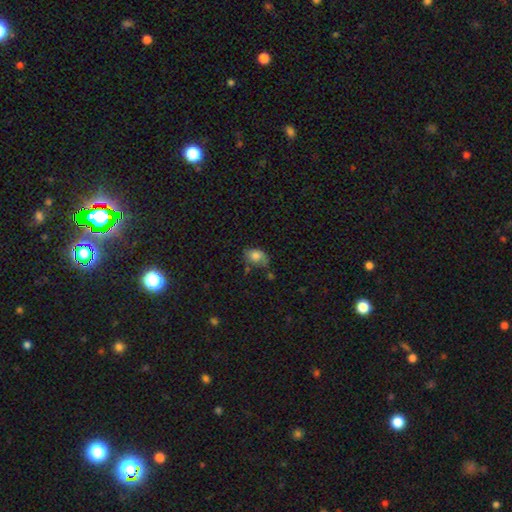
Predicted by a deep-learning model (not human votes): smooth 73%, featured or disk 17%, star or artifact 10%. Down the decision tree: how rounded — in between (76%); merging — none (46%).